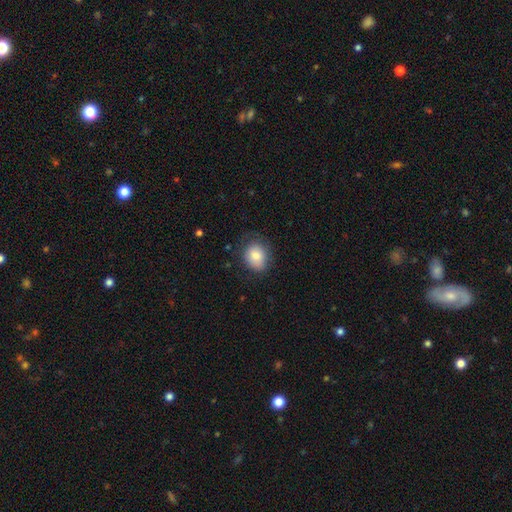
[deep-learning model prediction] Smooth or featured? Predicted: smooth (p=0.79). How rounded? Predicted: round (p=0.57). Merging? Predicted: none (p=0.70).